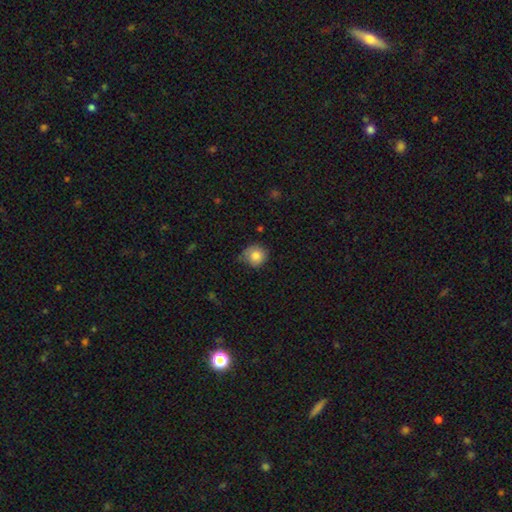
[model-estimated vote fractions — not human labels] smooth-or-featured: smooth: 83% | star or artifact: 9% | featured or disk: 8%
  how-rounded: round: 88% | in between: 11% | cigar-shaped: 1%
  merging: none: 63% | minor disturbance: 29% | major disturbance: 6% | merger: 2%